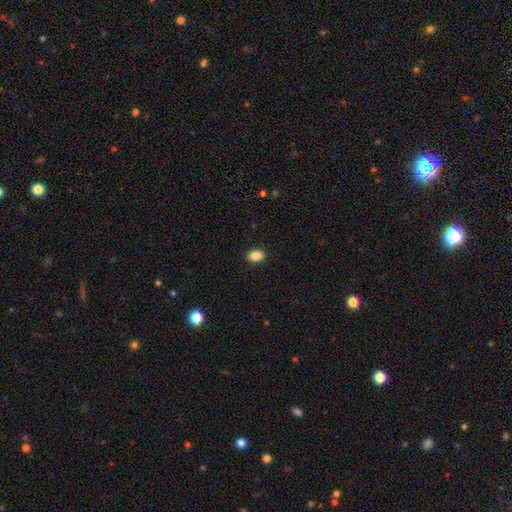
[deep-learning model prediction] Smooth or featured: smooth — 87% (star or artifact — 9%)
How rounded: in between — 74% (round — 25%)
Merging: none — 91% (minor disturbance — 6%)